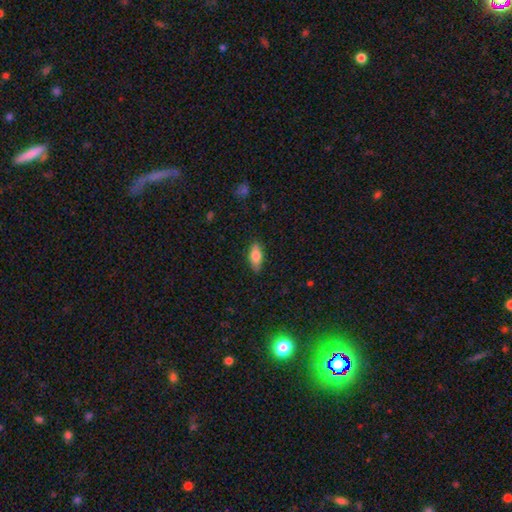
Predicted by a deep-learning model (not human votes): Smooth or featured? Predicted: smooth (p=0.77). How rounded? Predicted: in between (p=0.80). Merging? Predicted: none (p=0.86).